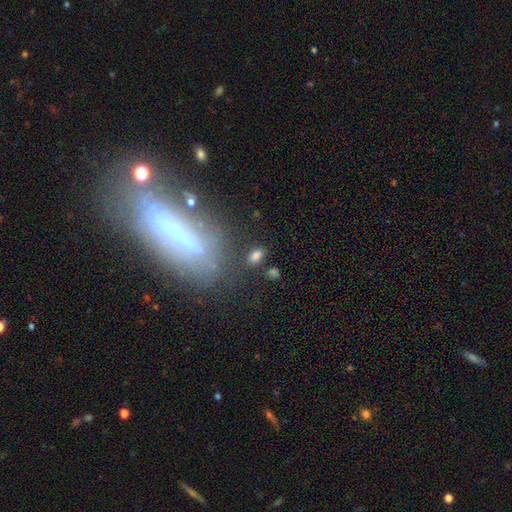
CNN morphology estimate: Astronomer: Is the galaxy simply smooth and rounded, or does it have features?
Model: smooth — 77%.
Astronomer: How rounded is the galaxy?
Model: in between — 86%.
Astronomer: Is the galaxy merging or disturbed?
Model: none — 74%.